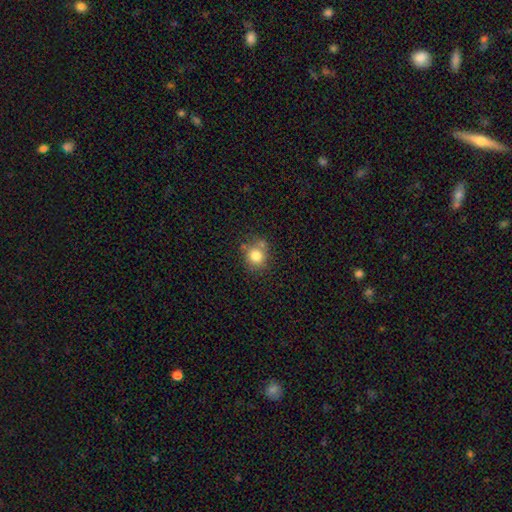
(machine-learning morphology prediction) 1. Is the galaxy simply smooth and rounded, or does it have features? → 80% smooth, 11% star or artifact, 10% featured or disk.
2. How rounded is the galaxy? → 80% round, 19% in between, 1% cigar-shaped.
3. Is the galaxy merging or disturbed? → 61% none, 18% minor disturbance, 16% merger, 5% major disturbance.